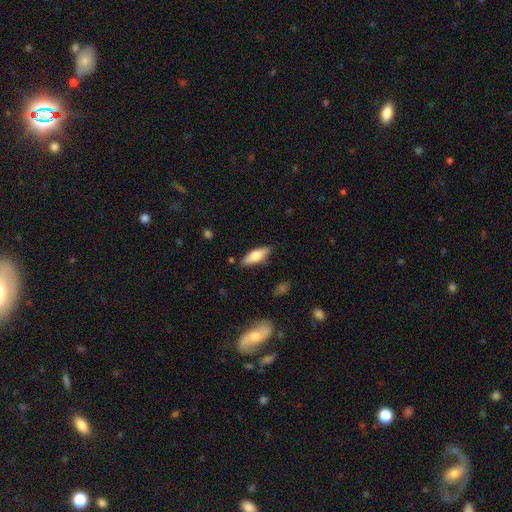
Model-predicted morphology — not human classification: Smooth or featured: smooth — 63% (featured or disk — 31%)
How rounded: in between — 61% (cigar-shaped — 37%)
Merging: none — 83% (minor disturbance — 12%)